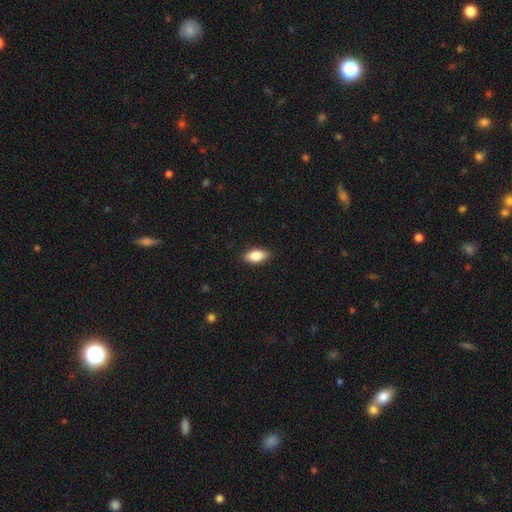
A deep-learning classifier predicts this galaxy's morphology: smooth_or_featured: smooth (p=0.83) [alt: featured or disk p=0.10]
how_rounded: in between (p=0.90) [alt: cigar-shaped p=0.07]
merging: none (p=0.89) [alt: minor disturbance p=0.08]